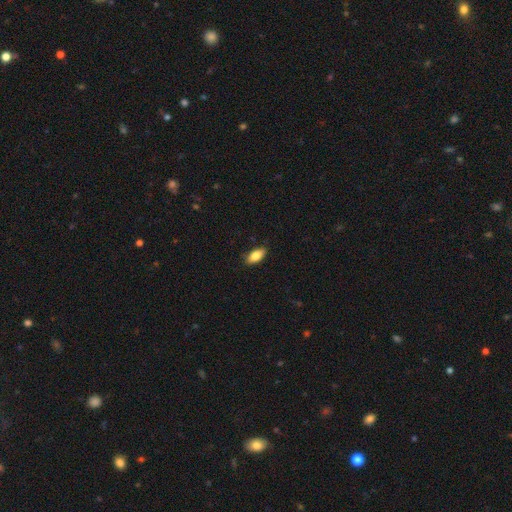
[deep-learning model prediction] A smooth galaxy with no disk features (83%) that is in between round and cigar-shaped (88%). Merging: none (85%).